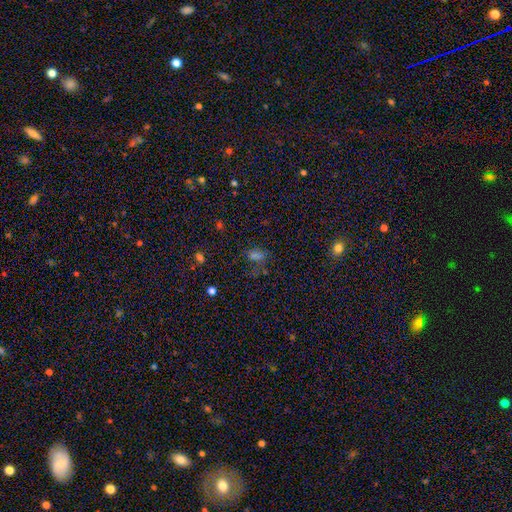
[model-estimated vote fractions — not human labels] This appears to be a smooth galaxy with no disk features (51%) that is in between round and cigar-shaped (73%). Merging: none (52%).